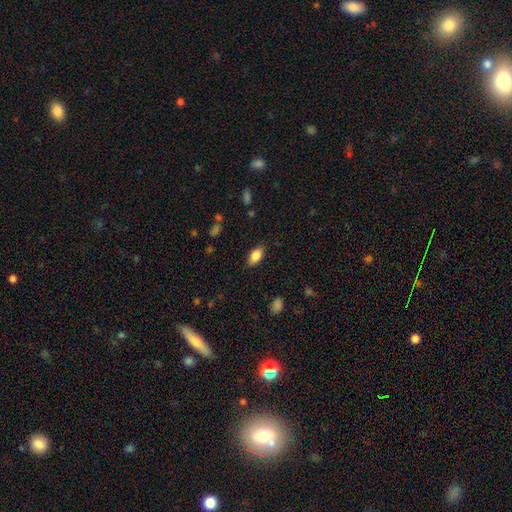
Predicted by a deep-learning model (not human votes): smooth-or-featured: smooth: 85% | star or artifact: 7% | featured or disk: 7%
  how-rounded: in between: 91% | cigar-shaped: 6% | round: 4%
  merging: none: 85% | minor disturbance: 11% | major disturbance: 3% | merger: 1%